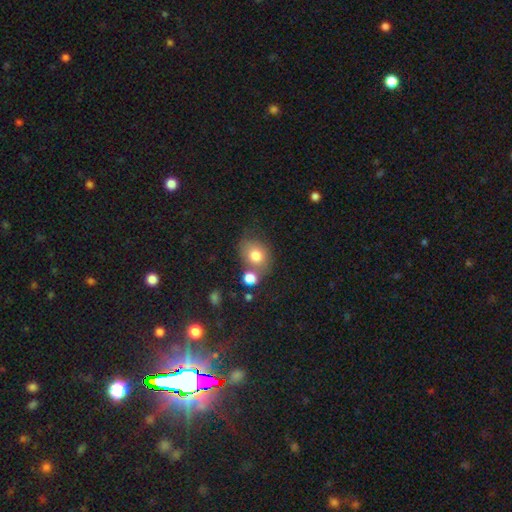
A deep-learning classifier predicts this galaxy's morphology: smooth 77%, featured or disk 12%, star or artifact 11%. Down the decision tree: how rounded — round (57%); merging — none (55%).